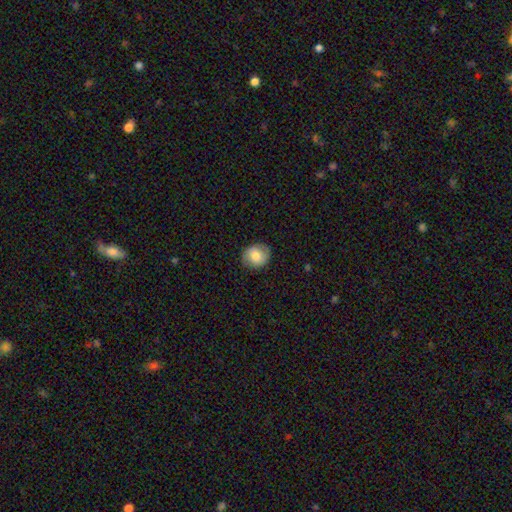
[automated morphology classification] smooth_or_featured: smooth (p=0.74) [alt: featured or disk p=0.18]
how_rounded: round (p=0.75) [alt: in between p=0.24]
merging: none (p=0.84) [alt: minor disturbance p=0.12]